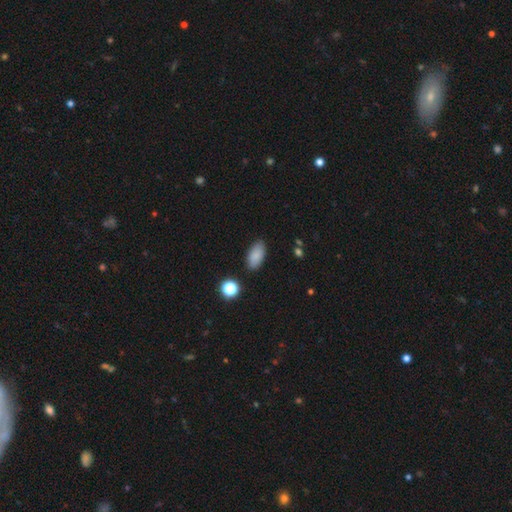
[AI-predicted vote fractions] smooth-or-featured: smooth: 86% | star or artifact: 9% | featured or disk: 5%
  how-rounded: in between: 92% | cigar-shaped: 4% | round: 4%
  merging: none: 85% | minor disturbance: 10% | major disturbance: 3% | merger: 2%